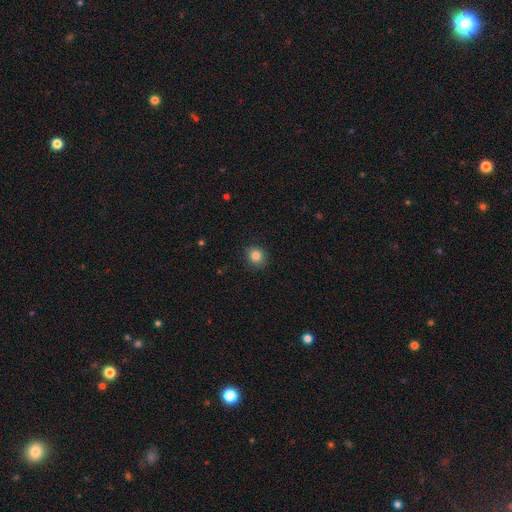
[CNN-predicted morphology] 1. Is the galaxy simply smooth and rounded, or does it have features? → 83% smooth, 11% star or artifact, 6% featured or disk.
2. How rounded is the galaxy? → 83% round, 16% in between, 1% cigar-shaped.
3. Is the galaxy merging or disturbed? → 89% none, 8% minor disturbance, 2% major disturbance, 1% merger.